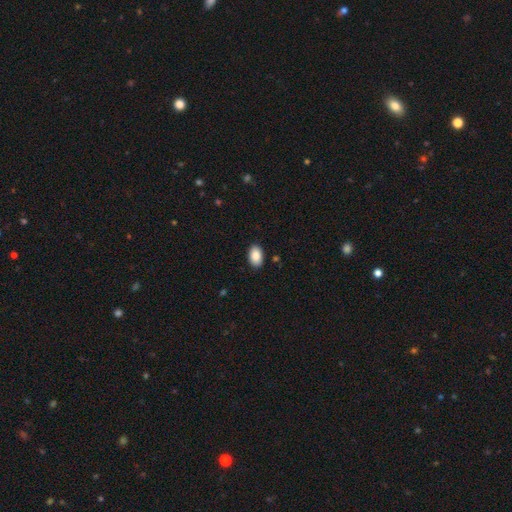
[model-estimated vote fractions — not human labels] This appears to be a smooth galaxy with no disk features (88%) that is in between round and cigar-shaped (92%). Merging: none (89%).